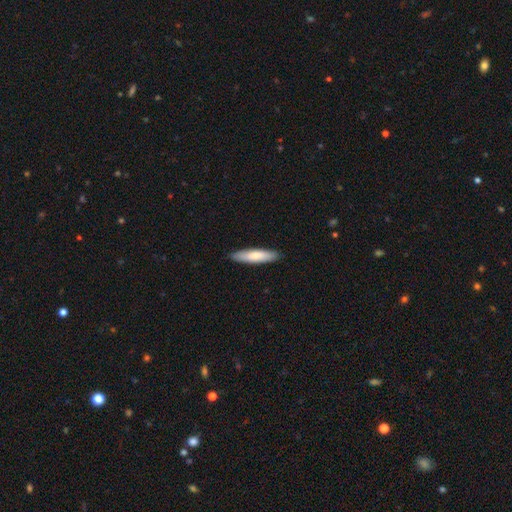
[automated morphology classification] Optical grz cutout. It shows a smooth galaxy with no disk features (78%) that is cigar-shaped (79%). Merging: none (90%).